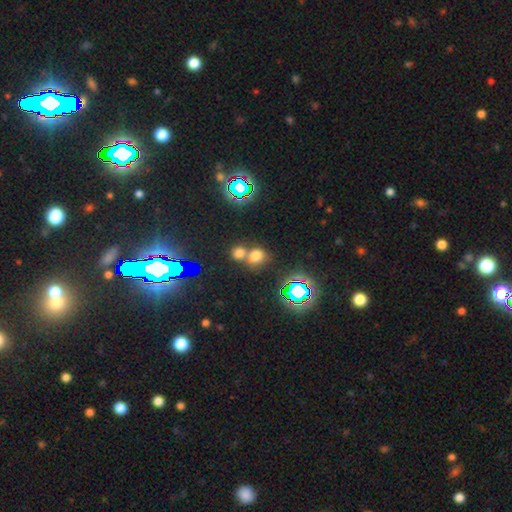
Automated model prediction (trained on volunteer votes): Smooth or featured?
  - smooth: 65% *
  - star or artifact: 28%
  - featured or disk: 8%
How rounded?
  - round: 69% *
  - in between: 30%
  - cigar-shaped: 1%
Merging?
  - merger: 47% *
  - none: 44%
  - minor disturbance: 6%
  - major disturbance: 3%